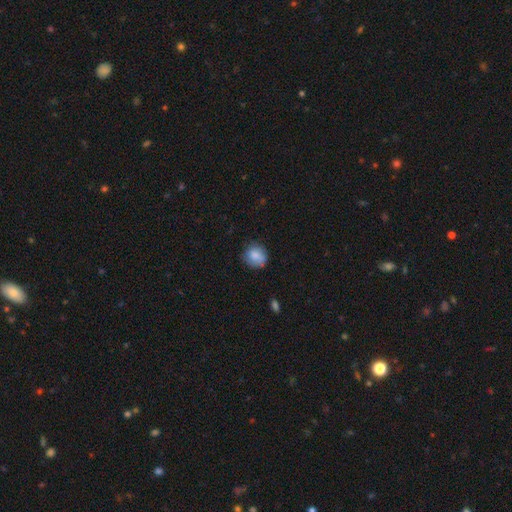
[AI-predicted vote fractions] Smooth or featured? smooth (82%)
How rounded? round (81%)
Merging? none (73%)